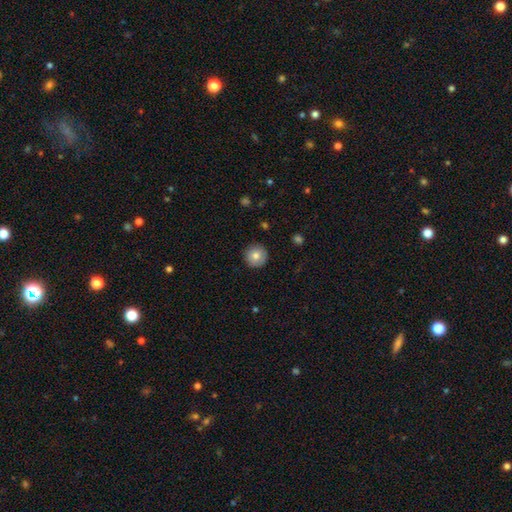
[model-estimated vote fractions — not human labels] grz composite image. It shows a smooth galaxy with no disk features (78%) that is round (96%). Merging: none (91%).